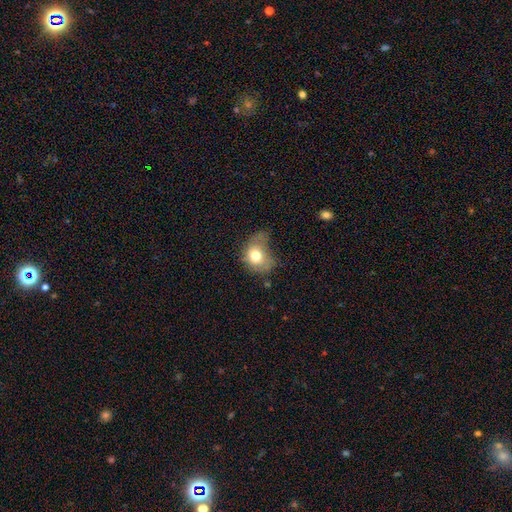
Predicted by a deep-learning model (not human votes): Smooth or featured? smooth (72%)
How rounded? in between (57%)
Merging? minor disturbance (37%)